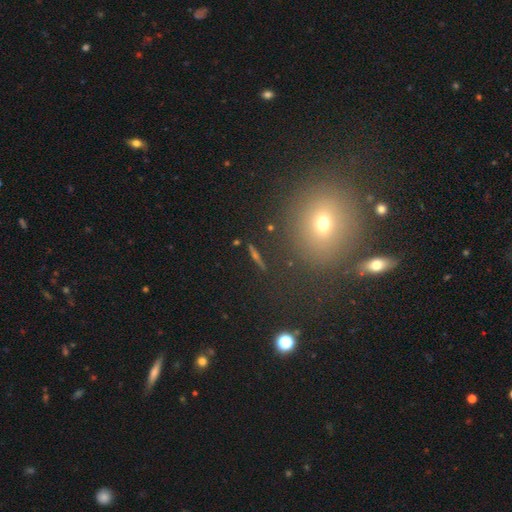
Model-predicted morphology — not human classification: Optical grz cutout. It shows a smooth galaxy with no disk features (35%, tied with star or artifact). Merging: none (85%).